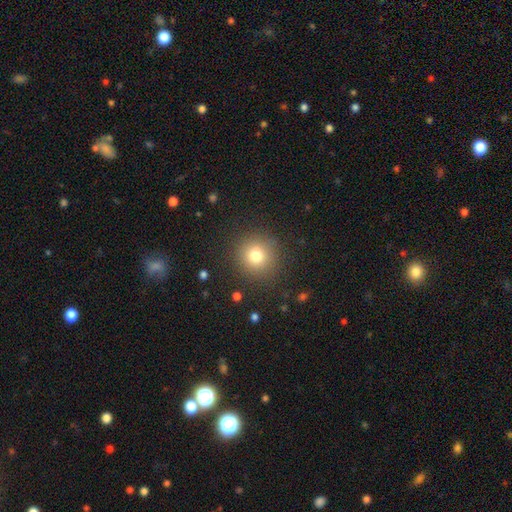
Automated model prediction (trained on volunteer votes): Smooth or featured? Predicted: smooth (p=0.76). How rounded? Predicted: round (p=0.92). Merging? Predicted: none (p=0.87).